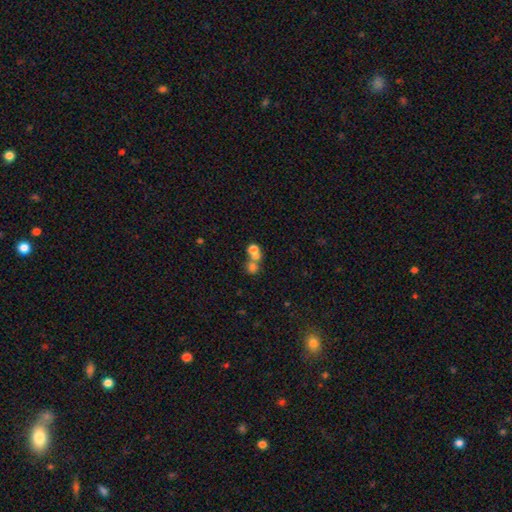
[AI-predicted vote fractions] Smooth or featured? Predicted: smooth (p=0.54). How rounded? Predicted: round (p=0.78). Merging? Predicted: merger (p=0.46).